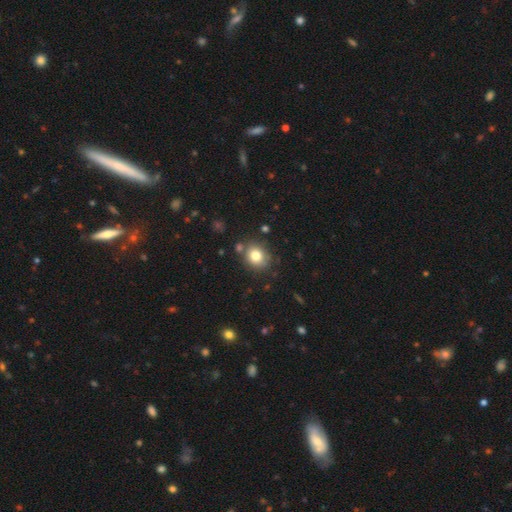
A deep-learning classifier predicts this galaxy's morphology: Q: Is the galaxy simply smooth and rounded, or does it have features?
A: smooth — 80%.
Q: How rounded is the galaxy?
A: round — 72%.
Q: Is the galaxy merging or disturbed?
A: none — 77%.